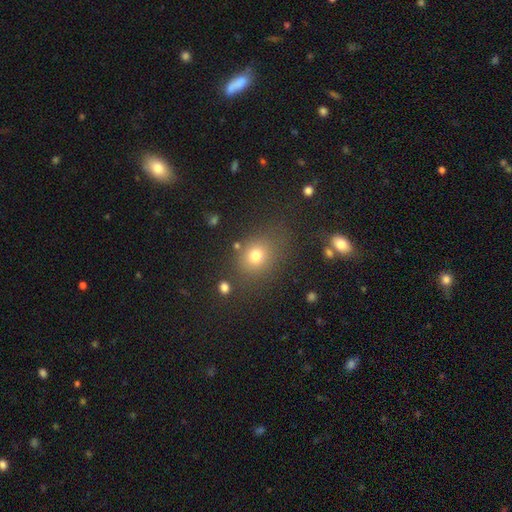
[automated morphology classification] smooth 74%, star or artifact 16%, featured or disk 9%. Down the decision tree: how rounded — round (63%); merging — none (73%).